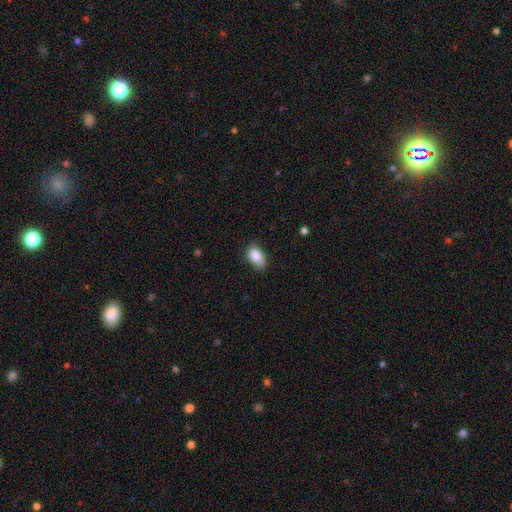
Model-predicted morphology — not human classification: Overall: smooth (87%). How rounded: in between (91%). Merging: none (72%).